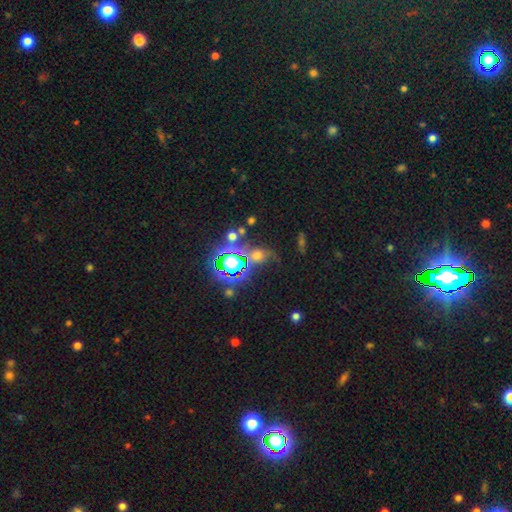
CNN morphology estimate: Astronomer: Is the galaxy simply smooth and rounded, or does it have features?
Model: star or artifact — 66%.